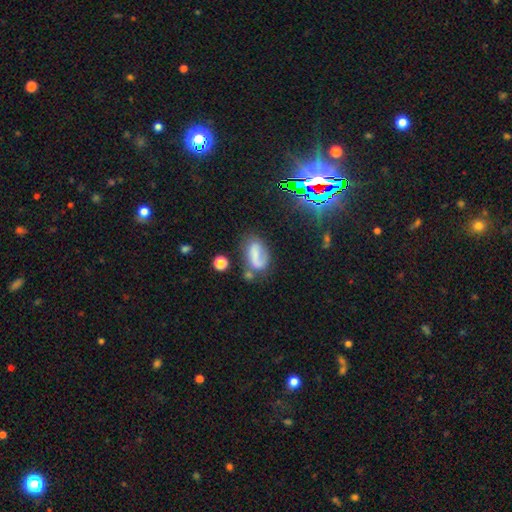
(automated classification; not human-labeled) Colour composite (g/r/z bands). It shows a smooth galaxy with no disk features (49%). Merging: none (40%).